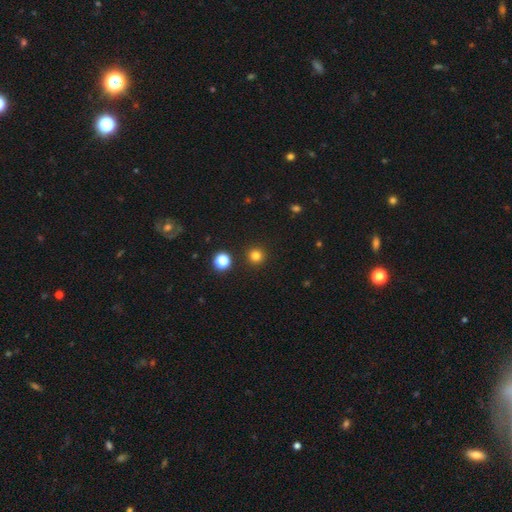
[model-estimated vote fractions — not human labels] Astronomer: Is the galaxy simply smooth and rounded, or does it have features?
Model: smooth — 80%.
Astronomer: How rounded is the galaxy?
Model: round — 95%.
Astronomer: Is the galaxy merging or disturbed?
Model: none — 92%.